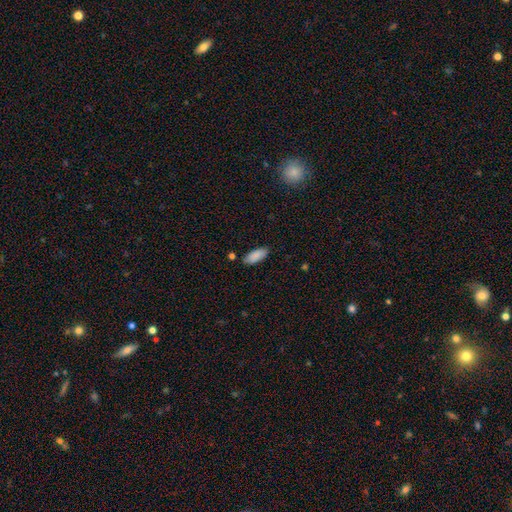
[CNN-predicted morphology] The model was most divided on "how rounded": in between: 82%, cigar-shaped: 16%, round: 2%. More confident: smooth or featured — smooth (88%); merging — none (82%).